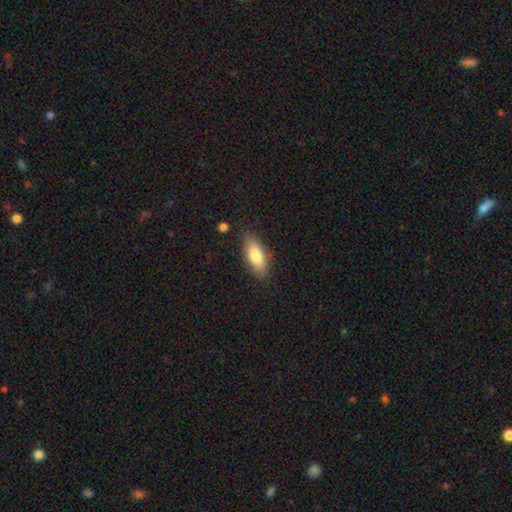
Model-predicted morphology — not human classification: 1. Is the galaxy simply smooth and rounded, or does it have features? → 77% smooth, 16% featured or disk, 6% star or artifact.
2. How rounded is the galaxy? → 73% in between, 25% cigar-shaped, 2% round.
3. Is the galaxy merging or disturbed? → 82% none, 13% minor disturbance, 3% major disturbance, 2% merger.